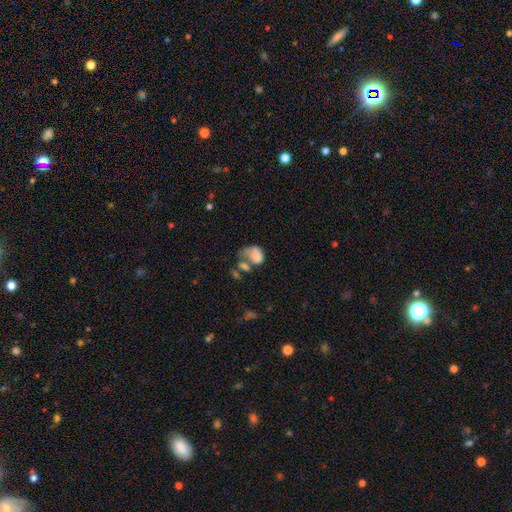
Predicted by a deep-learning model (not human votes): This is likely a smooth galaxy (60%). How rounded: likely in between (70%). Merging: marginally merger (37%).